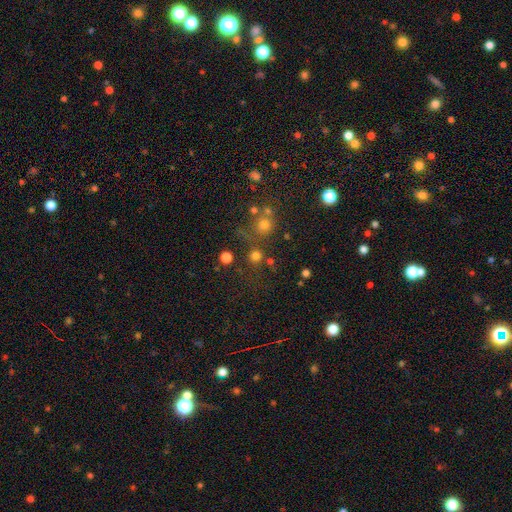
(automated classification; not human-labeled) Smooth or featured? Predicted: smooth (p=0.61). How rounded? Predicted: round (p=0.91). Merging? Predicted: none (p=0.69).